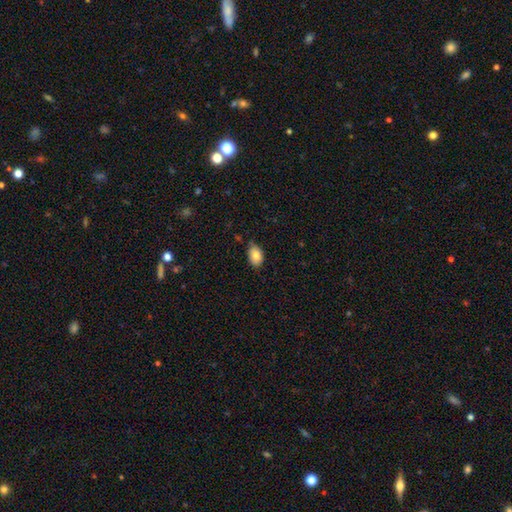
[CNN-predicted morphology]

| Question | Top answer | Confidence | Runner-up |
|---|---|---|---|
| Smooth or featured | smooth | 83% | featured or disk (9%) |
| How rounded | in between | 85% | round (13%) |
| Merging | none | 72% | minor disturbance (23%) |